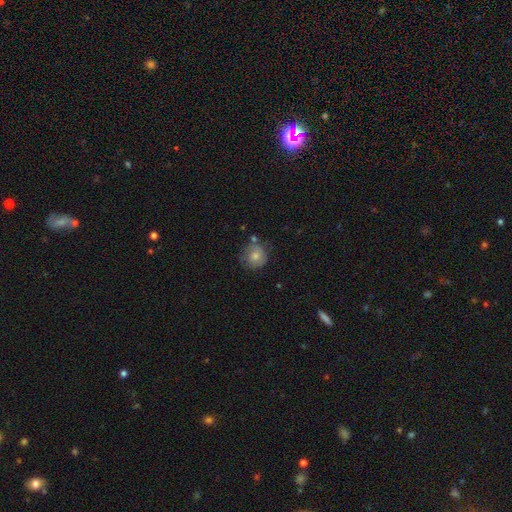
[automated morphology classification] type=smooth (68%); roundness=round (88%); merging=none (64%).